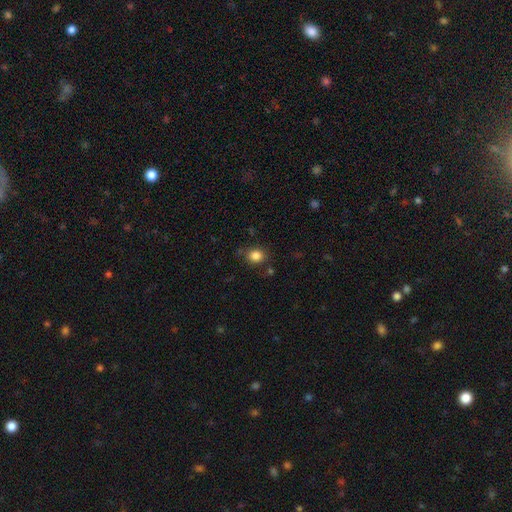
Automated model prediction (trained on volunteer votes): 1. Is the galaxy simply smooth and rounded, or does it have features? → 84% smooth, 11% star or artifact, 5% featured or disk.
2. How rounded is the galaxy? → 72% round, 27% in between, 1% cigar-shaped.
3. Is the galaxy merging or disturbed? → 79% none, 13% minor disturbance, 4% major disturbance, 4% merger.